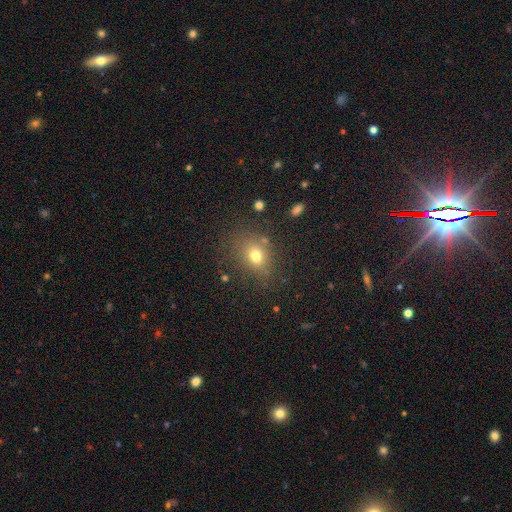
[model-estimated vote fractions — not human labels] Smooth or featured? smooth (73%)
How rounded? in between (56%)
Merging? none (72%)